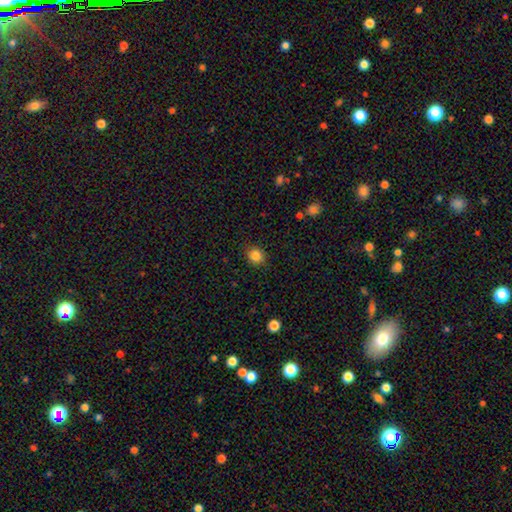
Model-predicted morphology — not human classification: smooth_or_featured: smooth (p=0.84) [alt: star or artifact p=0.11]
how_rounded: round (p=0.79) [alt: in between p=0.20]
merging: none (p=0.88) [alt: minor disturbance p=0.09]